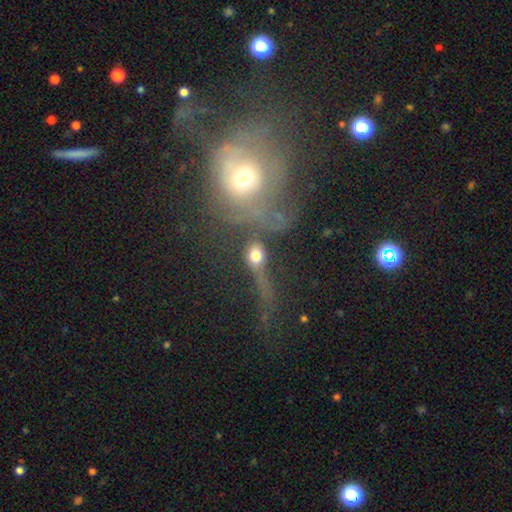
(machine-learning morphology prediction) smooth-or-featured: smooth: 53% | featured or disk: 30% | star or artifact: 17%
  how-rounded: round: 49% | in between: 41% | cigar-shaped: 10%
  merging: none: 40% | major disturbance: 21% | merger: 21% | minor disturbance: 18%